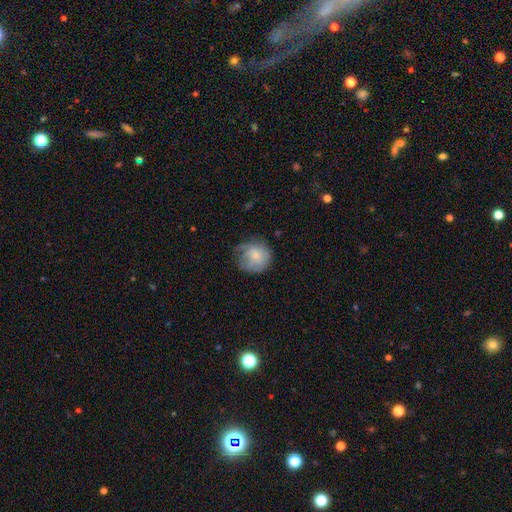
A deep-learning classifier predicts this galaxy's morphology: smooth_or_featured: smooth (p=0.69) [alt: featured or disk p=0.23]
how_rounded: round (p=0.85) [alt: in between p=0.14]
merging: none (p=0.52) [alt: minor disturbance p=0.33]